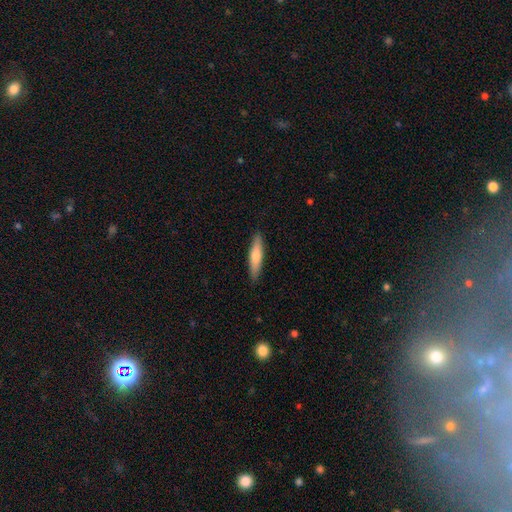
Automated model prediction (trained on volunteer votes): Morphology: type=smooth (65%); roundness=cigar-shaped (81%); merging=none (90%).